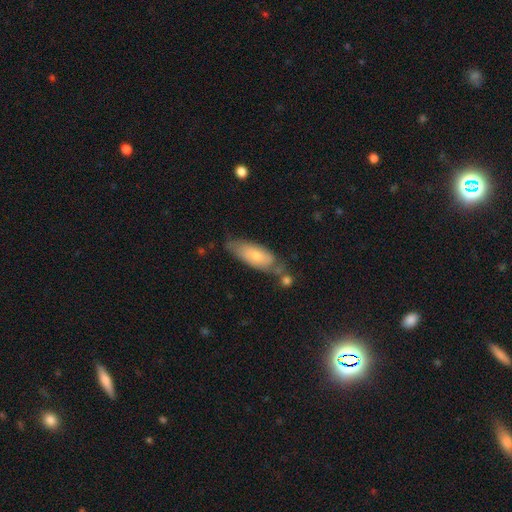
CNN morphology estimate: Smooth or featured? smooth (61%)
How rounded? in between (76%)
Merging? none (51%)